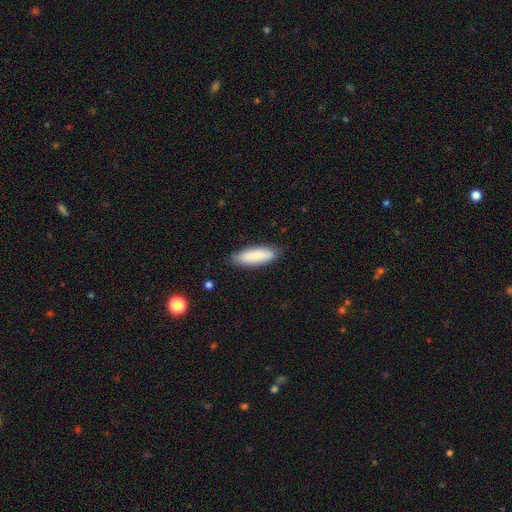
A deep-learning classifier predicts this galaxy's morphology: Q: Smooth or featured?
A: smooth (87%); runner-up: featured or disk (7%)
Q: How rounded?
A: in between (52%); runner-up: cigar-shaped (47%)
Q: Merging?
A: none (85%); runner-up: minor disturbance (12%)